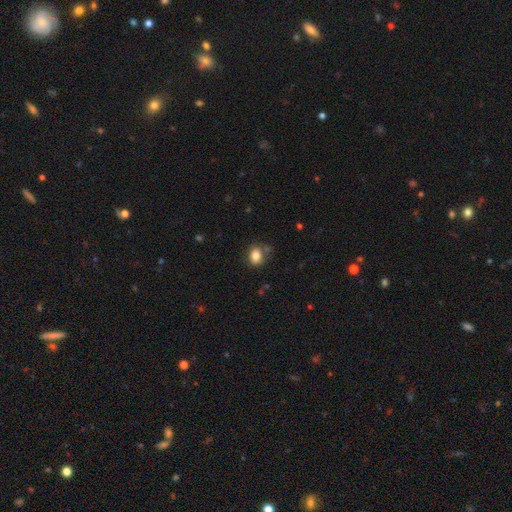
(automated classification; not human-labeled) smooth-or-featured: smooth: 82% | star or artifact: 10% | featured or disk: 8%
  how-rounded: in between: 53% | round: 46% | cigar-shaped: 1%
  merging: none: 75% | minor disturbance: 15% | merger: 6% | major disturbance: 4%